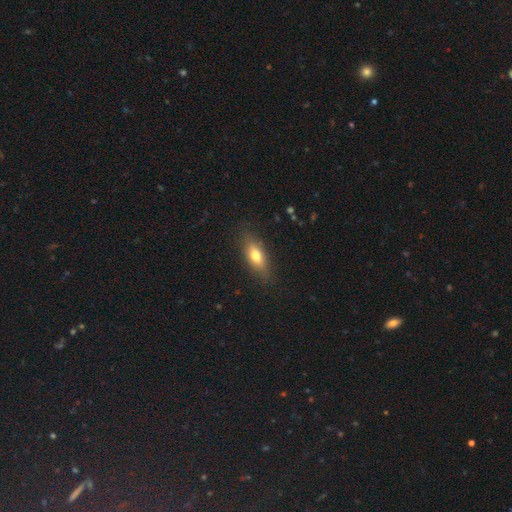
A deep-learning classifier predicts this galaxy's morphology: smooth_or_featured: smooth (p=0.67) [alt: featured or disk p=0.25]
how_rounded: in between (p=0.67) [alt: cigar-shaped p=0.28]
merging: none (p=0.83) [alt: minor disturbance p=0.13]